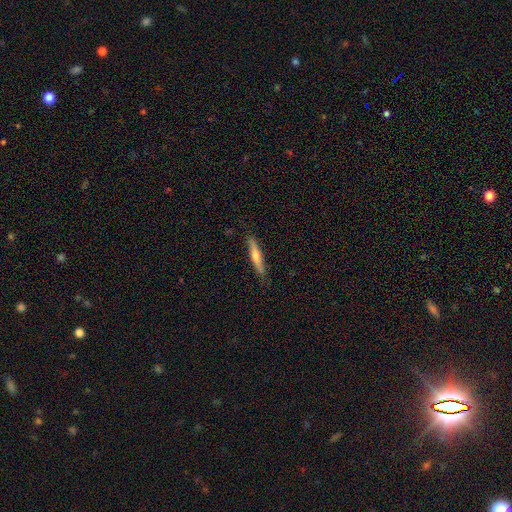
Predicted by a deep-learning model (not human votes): Smooth or featured?
  - featured or disk: 51% *
  - smooth: 43%
  - star or artifact: 6%
Edge-on disk?
  - yes: 94% *
  - no: 6%
Merging?
  - none: 86% *
  - minor disturbance: 11%
  - major disturbance: 2%
  - merger: 1%